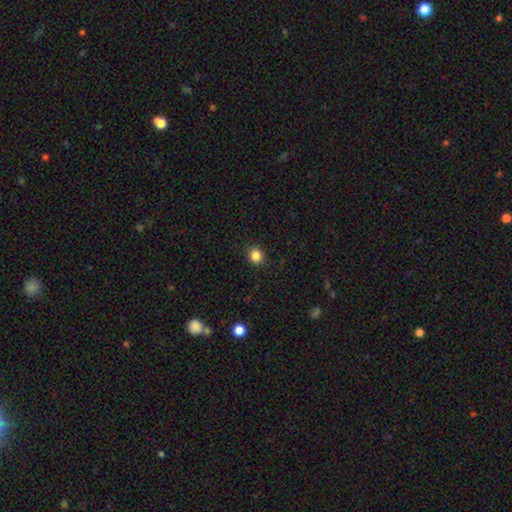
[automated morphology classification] Smooth or featured? smooth (85%)
How rounded? round (83%)
Merging? none (90%)